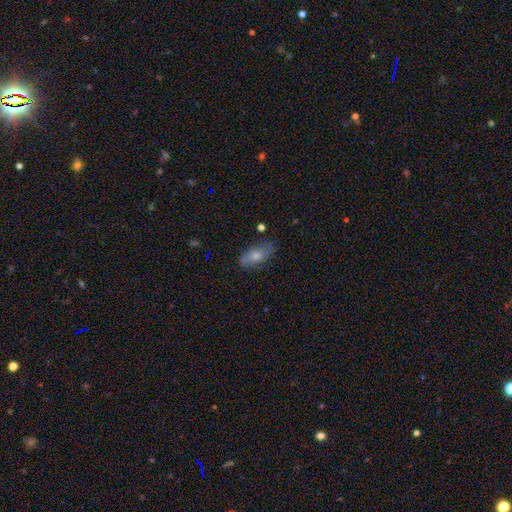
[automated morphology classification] Smooth or featured? smooth (64%)
How rounded? in between (87%)
Merging? none (72%)